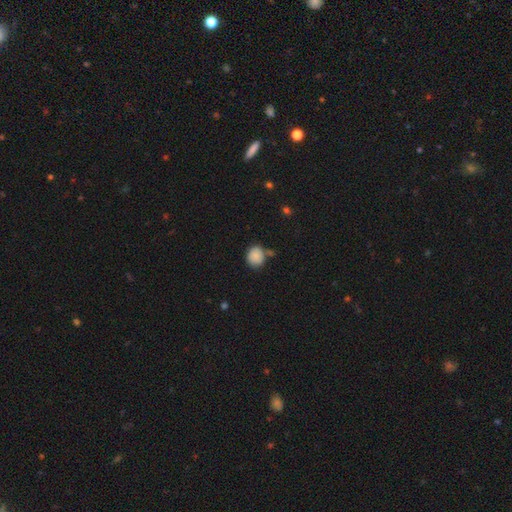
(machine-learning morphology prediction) A smooth galaxy with no disk features (86%) that is round (75%). Merging: none (66%).